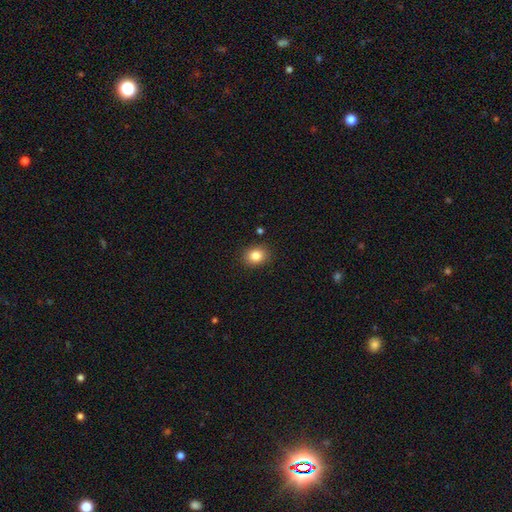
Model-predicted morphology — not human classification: Smooth or featured? Predicted: smooth (p=0.83). How rounded? Predicted: round (p=0.57). Merging? Predicted: none (p=0.89).